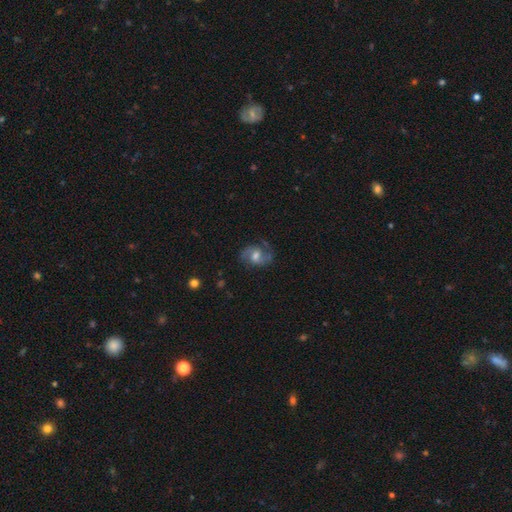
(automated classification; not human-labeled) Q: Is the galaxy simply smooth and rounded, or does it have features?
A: featured or disk — 76%.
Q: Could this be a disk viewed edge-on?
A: no — 97%.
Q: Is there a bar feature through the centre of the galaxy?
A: weak — 50%.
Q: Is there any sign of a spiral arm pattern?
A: yes — 93%.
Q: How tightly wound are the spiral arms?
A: medium — 52%.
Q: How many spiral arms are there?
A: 2 — 88%.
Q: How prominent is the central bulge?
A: moderate — 58%.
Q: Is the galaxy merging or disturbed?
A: none — 71%.